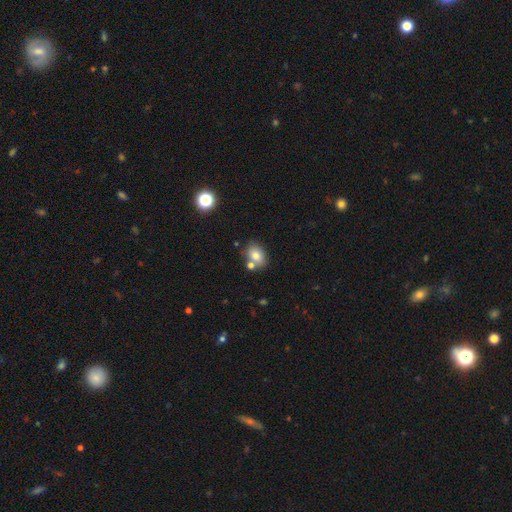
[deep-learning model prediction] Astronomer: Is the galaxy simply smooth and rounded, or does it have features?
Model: smooth — 77%.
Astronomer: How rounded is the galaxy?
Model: in between — 70%.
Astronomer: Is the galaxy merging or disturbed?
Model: none — 64%.